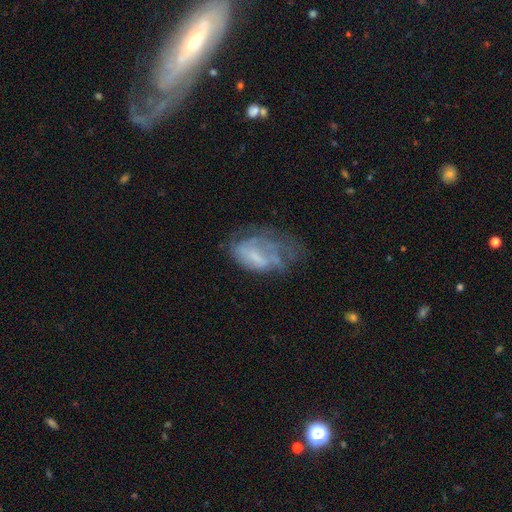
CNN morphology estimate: Smooth or featured: featured or disk — 54% (smooth — 36%)
Edge-on disk: no — 96% (yes — 4%)
Bar: no — 52% (weak — 36%)
Spiral arms: no — 58% (yes — 42%)
Bulge size: none — 44% (small — 29%)
Merging: major disturbance — 40% (none — 29%)